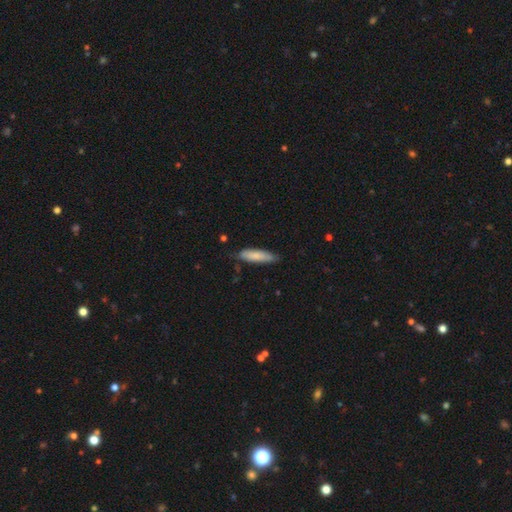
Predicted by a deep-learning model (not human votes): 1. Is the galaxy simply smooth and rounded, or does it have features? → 81% smooth, 13% featured or disk, 6% star or artifact.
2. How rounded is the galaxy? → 69% cigar-shaped, 29% in between, 1% round.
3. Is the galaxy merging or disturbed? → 75% none, 20% minor disturbance, 3% major disturbance, 2% merger.